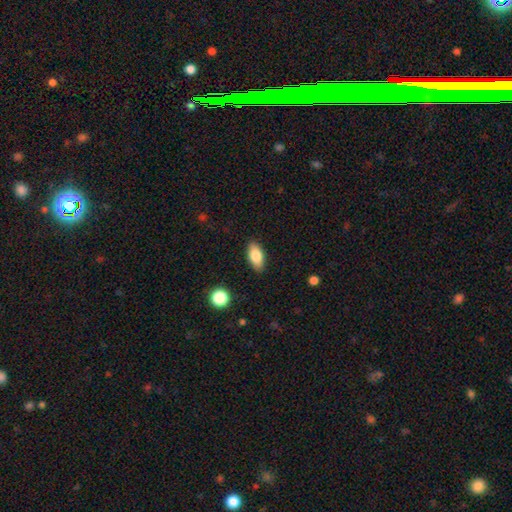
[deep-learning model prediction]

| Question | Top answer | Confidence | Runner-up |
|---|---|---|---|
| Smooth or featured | smooth | 82% | featured or disk (11%) |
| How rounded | in between | 90% | cigar-shaped (7%) |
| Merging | none | 87% | minor disturbance (9%) |